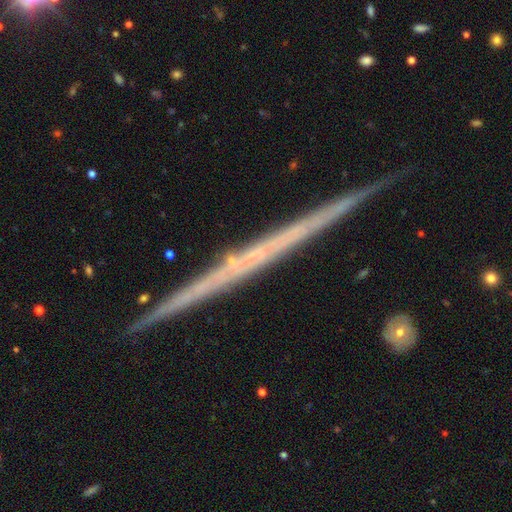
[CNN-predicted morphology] Smooth or featured? Predicted: featured or disk (p=0.74). Edge-on disk? Predicted: yes (p=0.98). Edge-on bulge? Predicted: none (p=0.88). Merging? Predicted: none (p=0.91).